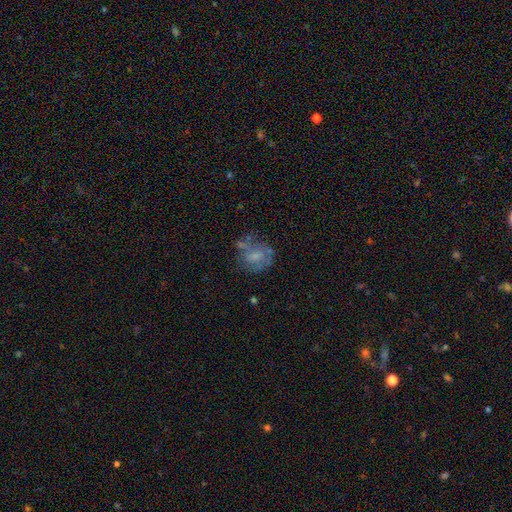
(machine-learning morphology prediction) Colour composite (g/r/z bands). It shows a featured or disk galaxy (47%). Merging: none (48%).